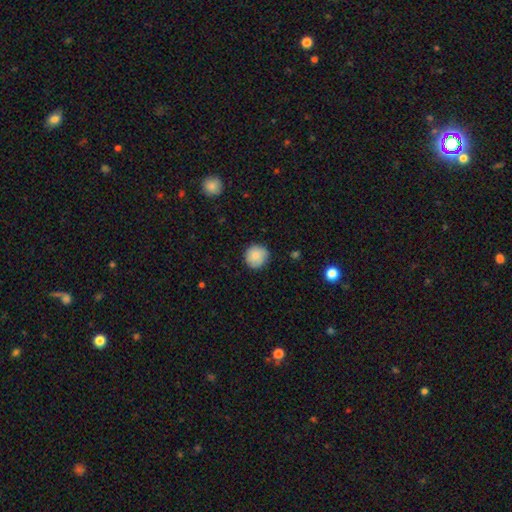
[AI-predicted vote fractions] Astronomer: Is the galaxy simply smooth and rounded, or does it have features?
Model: smooth — 85%.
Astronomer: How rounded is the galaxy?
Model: round — 92%.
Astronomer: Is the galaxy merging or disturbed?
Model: none — 84%.